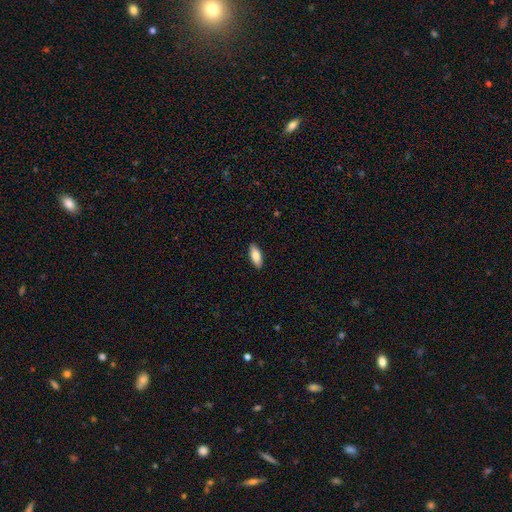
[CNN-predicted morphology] This appears to be a smooth galaxy with no disk features (84%) that is in between round and cigar-shaped (76%). Merging: none (89%).